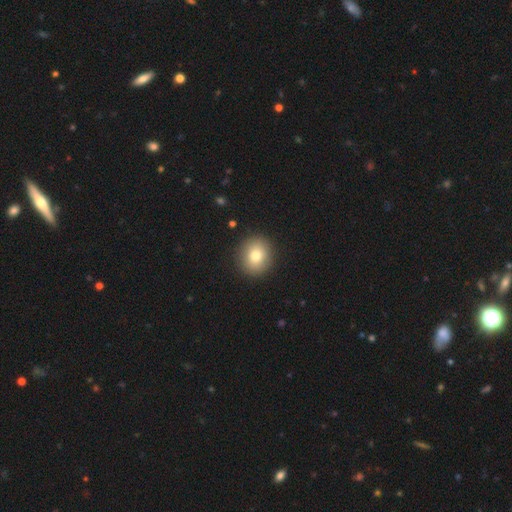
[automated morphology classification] Overall: smooth (78%). How rounded: round (82%). Merging: none (90%).